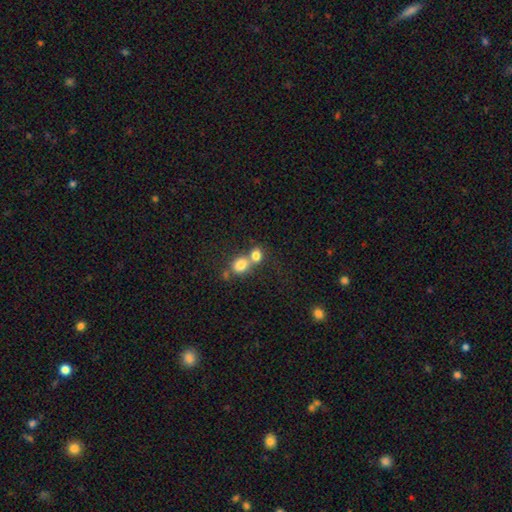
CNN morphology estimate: This is likely a smooth galaxy (78%). How rounded: likely round (63%). Merging: possibly merger (59%).